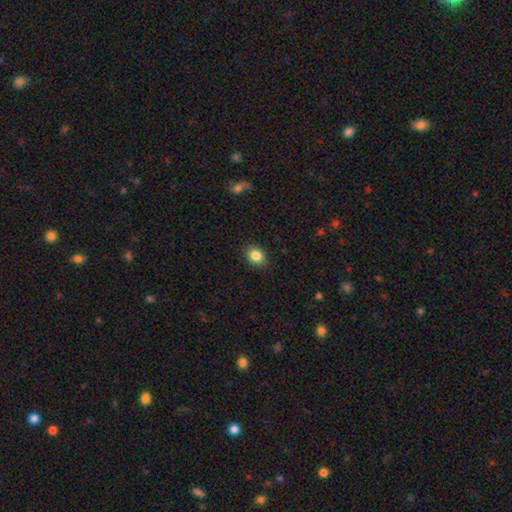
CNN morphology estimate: The model was most divided on "how rounded": in between: 56%, round: 43%, cigar-shaped: 1%. More confident: merging — none (87%); smooth or featured — smooth (85%).